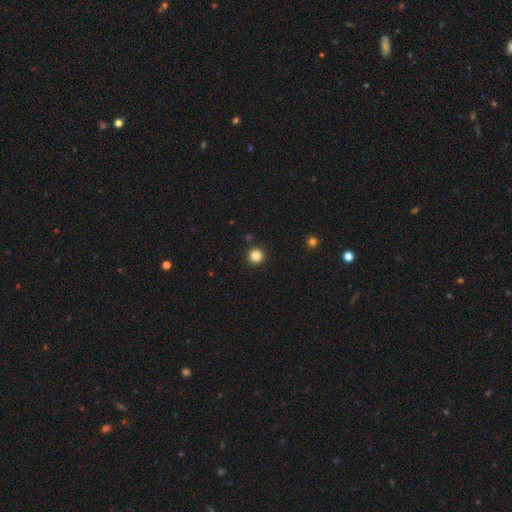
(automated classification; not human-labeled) Smooth or featured?
  - smooth: 84% *
  - star or artifact: 12%
  - featured or disk: 4%
How rounded?
  - round: 96% *
  - in between: 3%
  - cigar-shaped: 1%
Merging?
  - none: 92% *
  - minor disturbance: 4%
  - merger: 2%
  - major disturbance: 2%